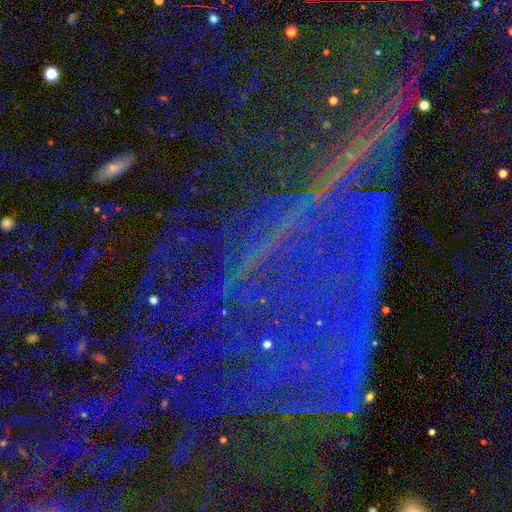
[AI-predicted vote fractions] Smooth or featured? Predicted: star or artifact (p=0.86).